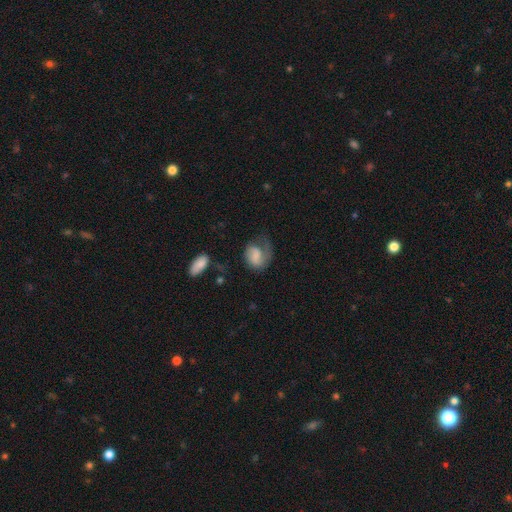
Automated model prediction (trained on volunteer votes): smooth 54%, featured or disk 38%, star or artifact 8%. Down the decision tree: how rounded — in between (61%); merging — major disturbance (41%).